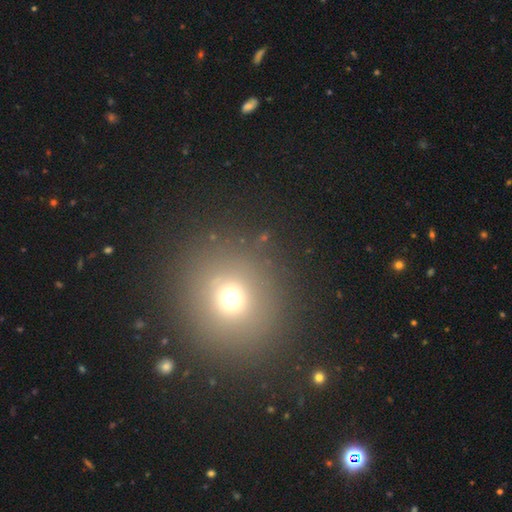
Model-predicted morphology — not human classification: smooth 66%, star or artifact 24%, featured or disk 10%. Down the decision tree: how rounded — round (88%); merging — none (89%).